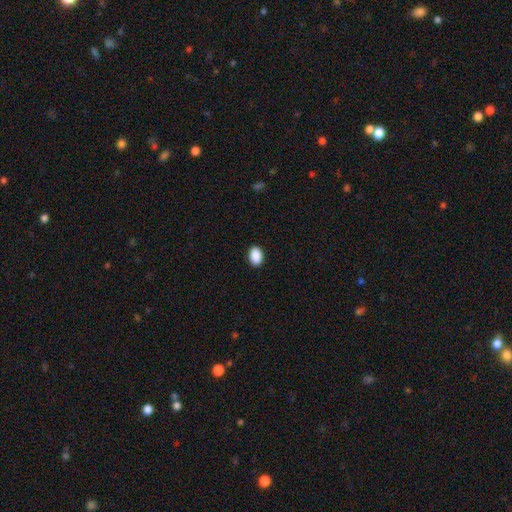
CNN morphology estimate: smooth_or_featured: smooth (p=0.91) [alt: star or artifact p=0.07]
how_rounded: in between (p=0.81) [alt: round p=0.18]
merging: none (p=0.91) [alt: minor disturbance p=0.07]